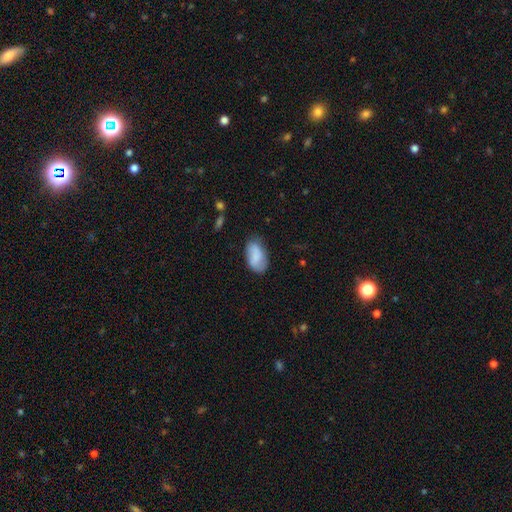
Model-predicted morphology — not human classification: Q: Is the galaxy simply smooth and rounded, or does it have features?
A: smooth — 75%.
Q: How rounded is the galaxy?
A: in between — 93%.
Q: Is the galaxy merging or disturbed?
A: none — 64%.